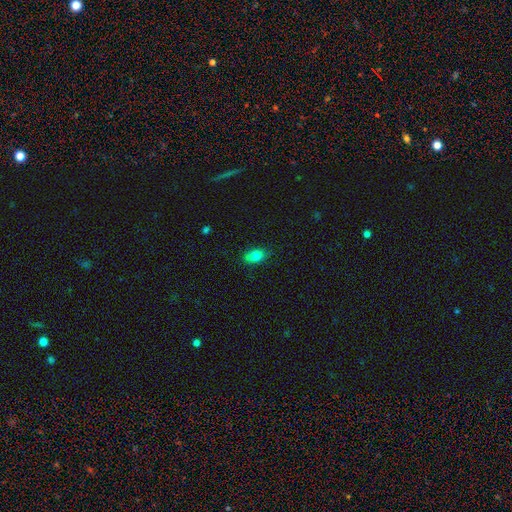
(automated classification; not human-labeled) This is clearly a smooth galaxy (80%). How rounded: clearly in between (84%). Merging: clearly none (82%).